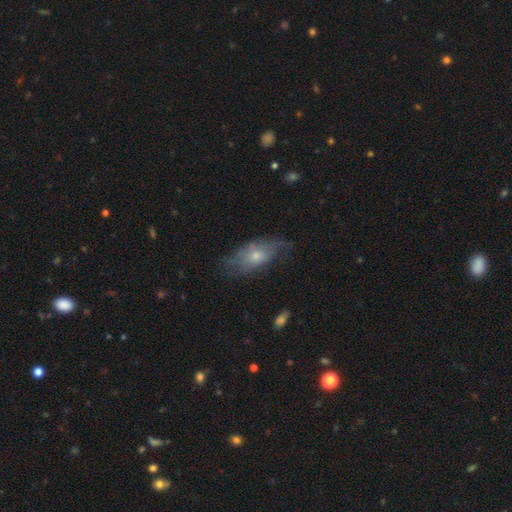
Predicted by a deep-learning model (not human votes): Morphology: type=smooth (48%); merging=none (54%).